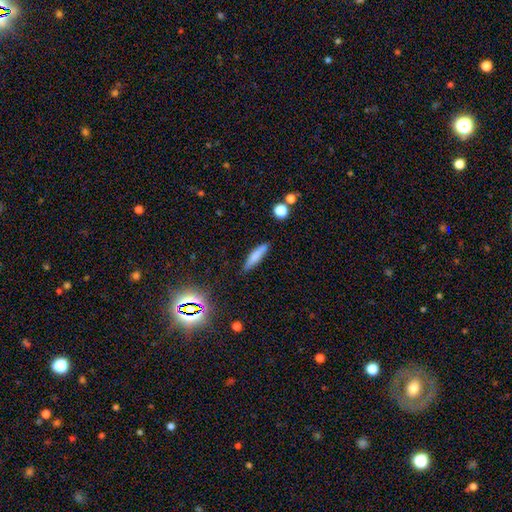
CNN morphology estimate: Smooth or featured? smooth (76%)
How rounded? cigar-shaped (81%)
Merging? none (85%)